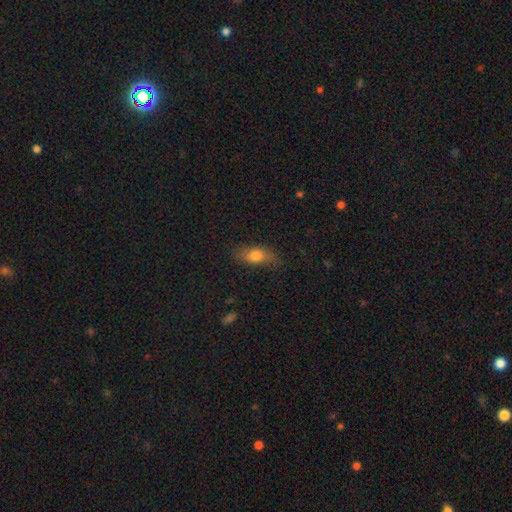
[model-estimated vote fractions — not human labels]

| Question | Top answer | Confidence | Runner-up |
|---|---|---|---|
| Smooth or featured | smooth | 74% | featured or disk (17%) |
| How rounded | in between | 76% | cigar-shaped (17%) |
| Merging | none | 74% | minor disturbance (19%) |